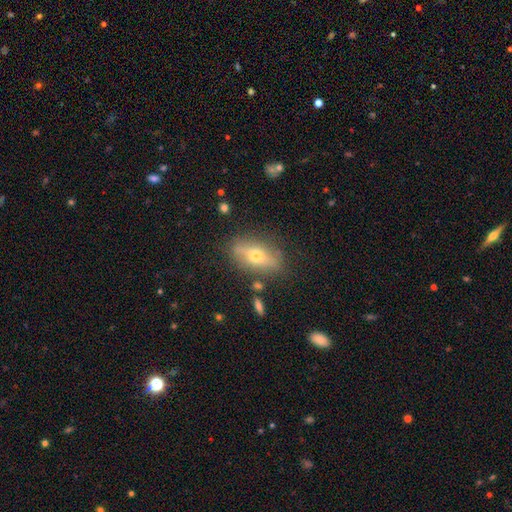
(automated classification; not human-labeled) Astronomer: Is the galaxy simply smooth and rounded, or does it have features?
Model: featured or disk — 50% (runner-up: smooth, 41%).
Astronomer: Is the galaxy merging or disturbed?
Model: none — 79%.